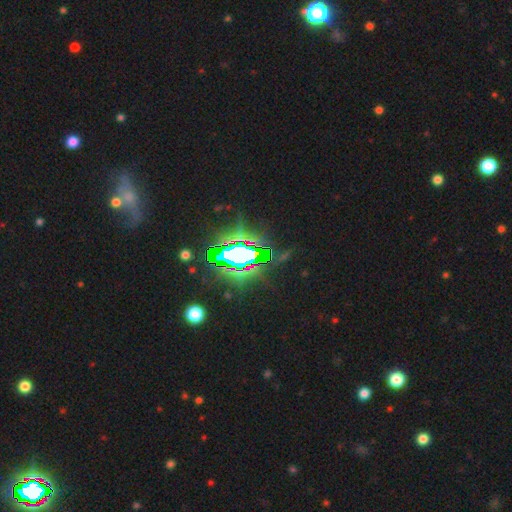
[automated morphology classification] smooth_or_featured: star or artifact (p=0.77) [alt: featured or disk p=0.12]